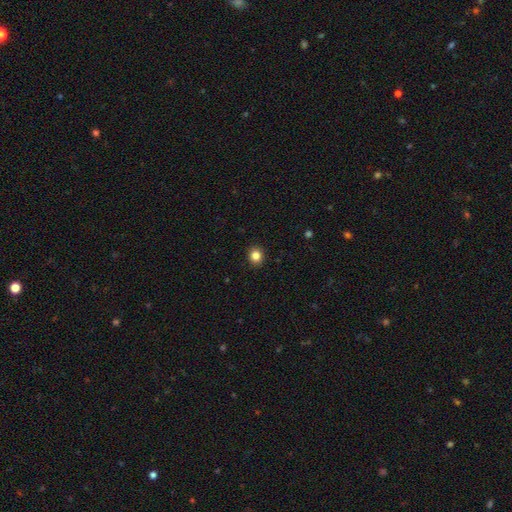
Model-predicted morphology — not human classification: smooth-or-featured: smooth: 84% | star or artifact: 11% | featured or disk: 5%
  how-rounded: round: 81% | in between: 19% | cigar-shaped: 1%
  merging: none: 92% | minor disturbance: 5% | major disturbance: 2% | merger: 1%